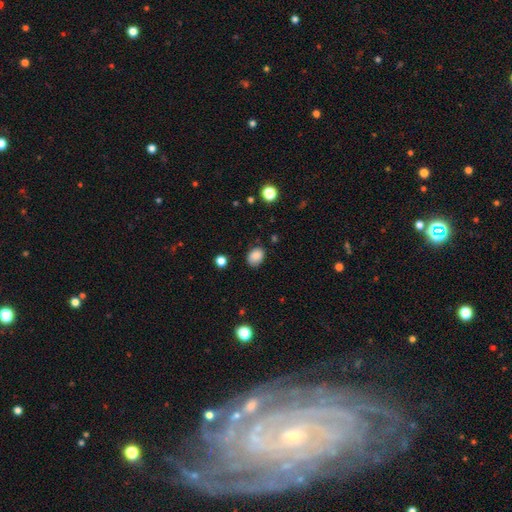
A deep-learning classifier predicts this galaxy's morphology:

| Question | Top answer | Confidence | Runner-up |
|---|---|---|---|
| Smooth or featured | smooth | 86% | star or artifact (9%) |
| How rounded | in between | 68% | round (31%) |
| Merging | none | 78% | minor disturbance (17%) |